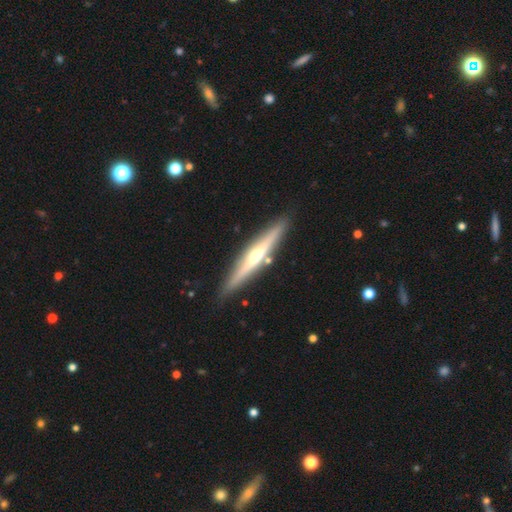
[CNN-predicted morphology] smooth-or-featured: featured or disk: 68% | smooth: 26% | star or artifact: 6%
  disk-edge-on: yes: 96% | no: 4%
    edge-on-bulge: rounded: 80% | none: 15% | boxy: 6%
  merging: none: 86% | minor disturbance: 9% | merger: 3% | major disturbance: 2%